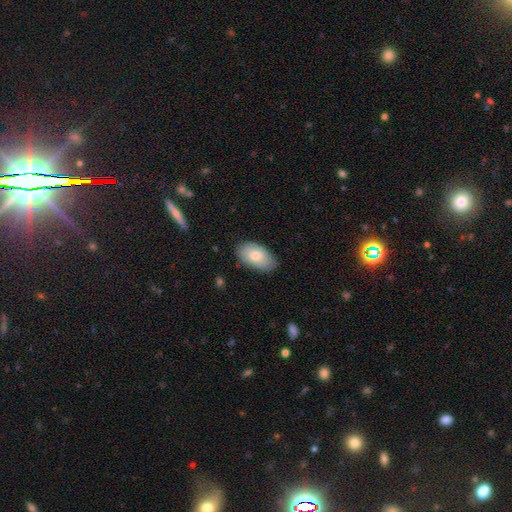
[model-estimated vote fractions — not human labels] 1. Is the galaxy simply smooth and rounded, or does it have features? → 75% smooth, 19% featured or disk, 6% star or artifact.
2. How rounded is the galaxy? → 94% in between, 4% round, 2% cigar-shaped.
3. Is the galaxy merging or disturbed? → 80% none, 16% minor disturbance, 3% major disturbance, 1% merger.